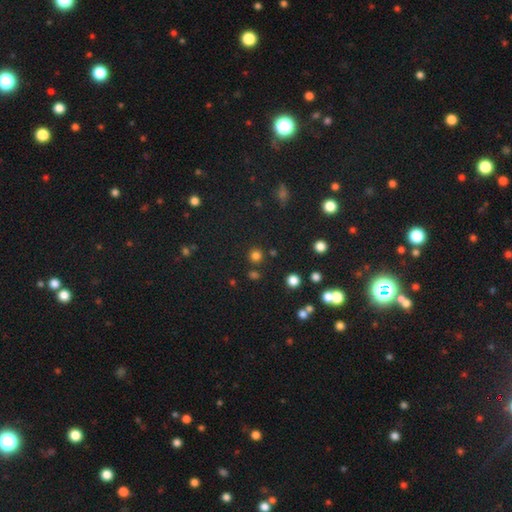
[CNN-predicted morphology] Smooth or featured: smooth — 77% (star or artifact — 19%)
How rounded: round — 93% (in between — 6%)
Merging: none — 85% (minor disturbance — 7%)